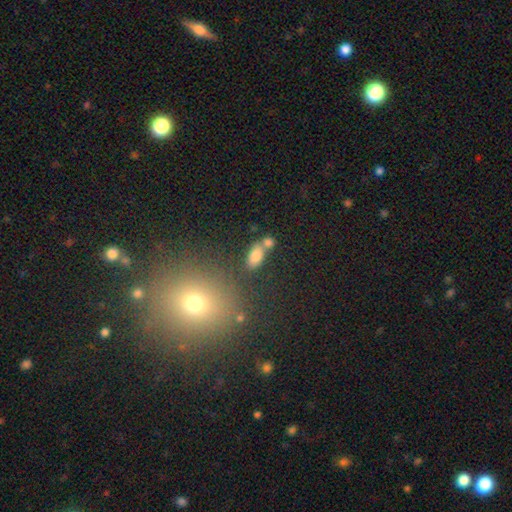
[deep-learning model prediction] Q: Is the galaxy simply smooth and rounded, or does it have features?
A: smooth — 78%.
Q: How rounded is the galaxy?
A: in between — 86%.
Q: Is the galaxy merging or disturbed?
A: none — 49%.